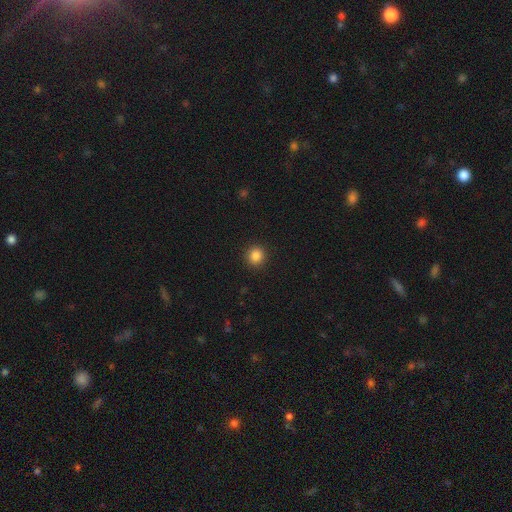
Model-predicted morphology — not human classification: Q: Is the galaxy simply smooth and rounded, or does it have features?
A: smooth — 86%.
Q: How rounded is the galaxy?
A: round — 91%.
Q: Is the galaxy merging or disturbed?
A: none — 92%.